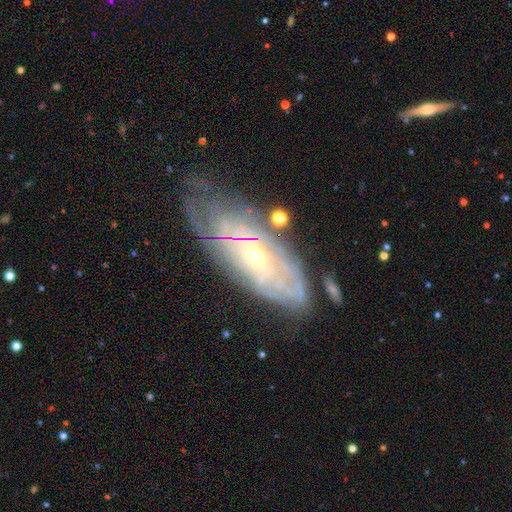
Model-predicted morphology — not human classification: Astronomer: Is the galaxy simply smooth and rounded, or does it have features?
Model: featured or disk — 82%.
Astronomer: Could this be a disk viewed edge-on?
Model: no — 88%.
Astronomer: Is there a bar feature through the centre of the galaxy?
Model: no — 55% (runner-up: weak, 34%).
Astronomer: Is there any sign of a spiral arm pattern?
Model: yes — 90%.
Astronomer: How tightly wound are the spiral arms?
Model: tight — 78%.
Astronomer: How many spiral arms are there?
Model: can't tell — 58%.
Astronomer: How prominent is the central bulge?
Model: small — 64%.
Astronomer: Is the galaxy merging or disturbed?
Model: none — 65%.